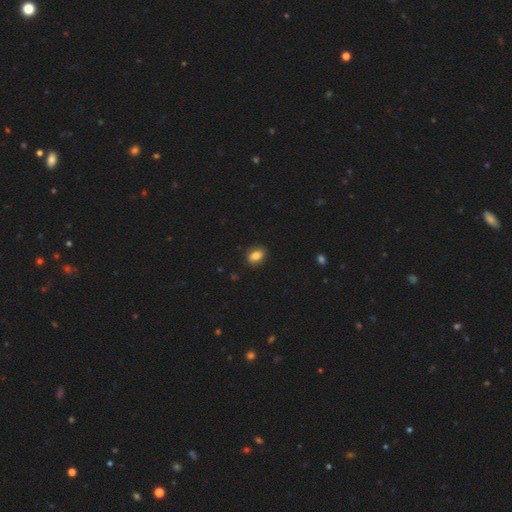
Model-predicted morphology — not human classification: type=smooth (83%); roundness=in between (82%); merging=none (84%).